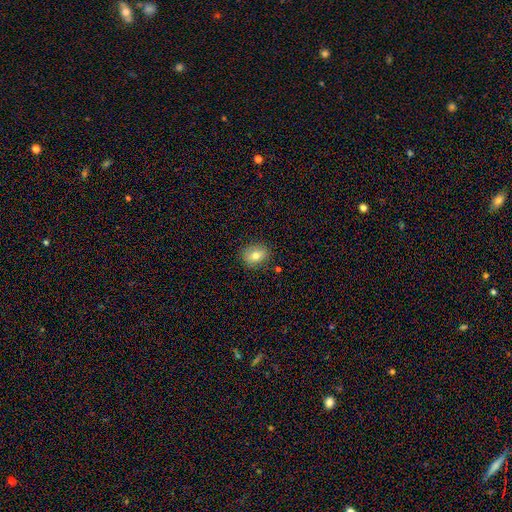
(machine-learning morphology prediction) Q: Smooth or featured?
A: smooth (75%); runner-up: featured or disk (14%)
Q: How rounded?
A: round (51%); runner-up: in between (47%)
Q: Merging?
A: none (86%); runner-up: minor disturbance (10%)